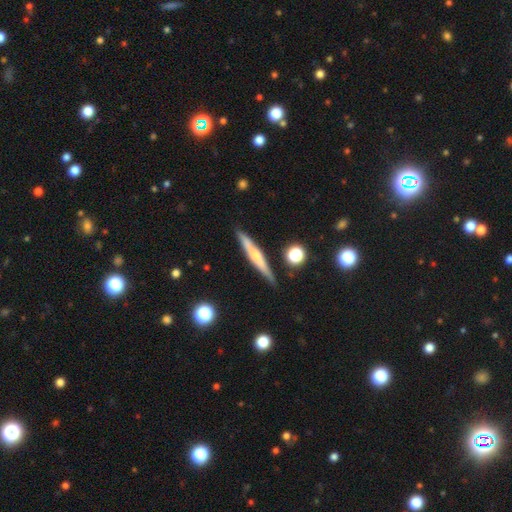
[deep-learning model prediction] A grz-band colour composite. It shows a featured or disk galaxy (56%) viewed edge-on (95%) with a rounded central bulge (65%). Merging: none (87%).